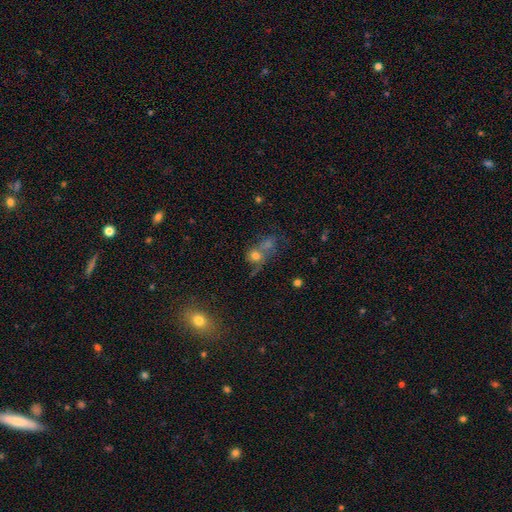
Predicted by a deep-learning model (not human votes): Smooth or featured? Predicted: smooth (p=0.65). How rounded? Predicted: round (p=0.72). Merging? Predicted: merger (p=0.47).